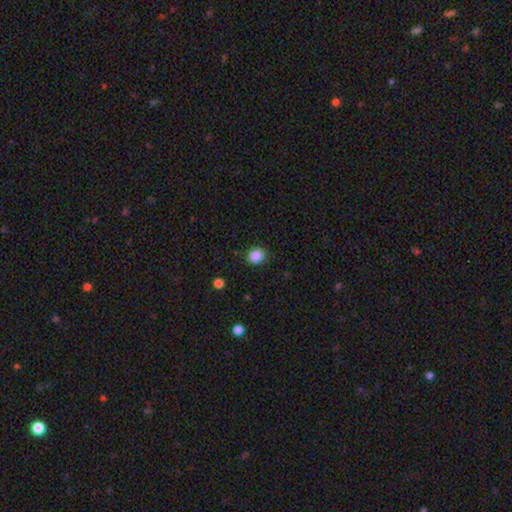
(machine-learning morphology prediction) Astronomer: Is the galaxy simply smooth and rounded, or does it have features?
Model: smooth — 86%.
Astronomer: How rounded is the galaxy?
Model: round — 76%.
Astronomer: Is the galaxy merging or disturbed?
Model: none — 88%.